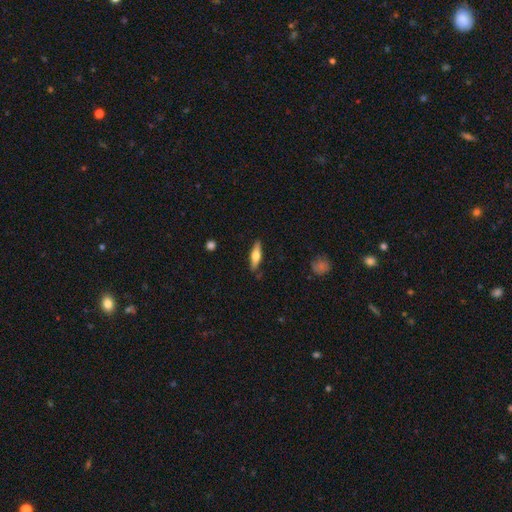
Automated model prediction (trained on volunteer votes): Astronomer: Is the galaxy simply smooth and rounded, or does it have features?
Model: smooth — 51% (runner-up: featured or disk, 43%).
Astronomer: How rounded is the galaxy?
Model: cigar-shaped — 66%.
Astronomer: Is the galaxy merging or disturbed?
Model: none — 86%.